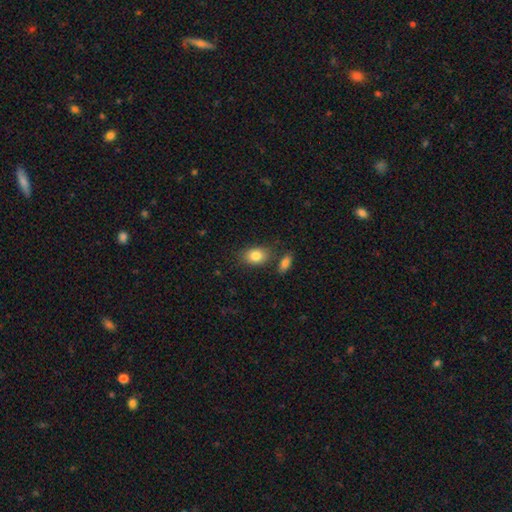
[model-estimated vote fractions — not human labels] Smooth or featured? smooth (84%)
How rounded? in between (79%)
Merging? none (75%)